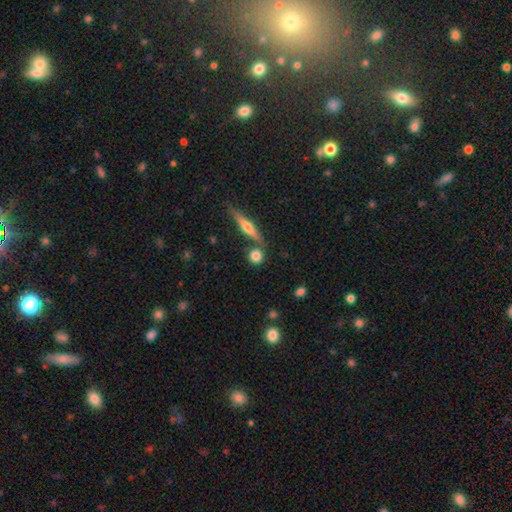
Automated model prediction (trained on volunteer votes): Q: Smooth or featured?
A: smooth (78%); runner-up: featured or disk (14%)
Q: How rounded?
A: round (84%); runner-up: in between (11%)
Q: Merging?
A: none (74%); runner-up: merger (14%)